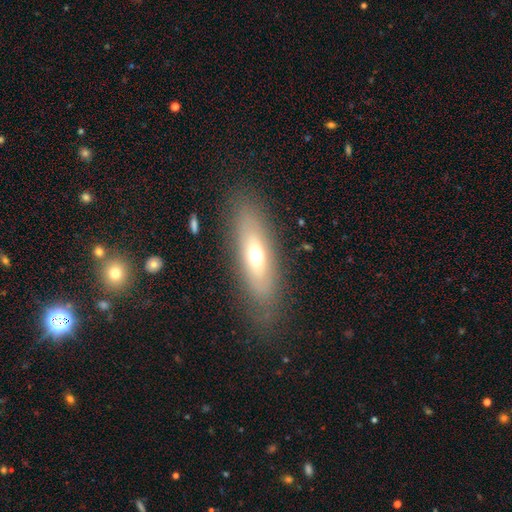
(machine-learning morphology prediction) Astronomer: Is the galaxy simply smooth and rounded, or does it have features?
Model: smooth — 54% (runner-up: featured or disk, 37%).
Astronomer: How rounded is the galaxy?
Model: in between — 55% (runner-up: cigar-shaped, 41%).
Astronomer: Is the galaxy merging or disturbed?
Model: none — 80%.